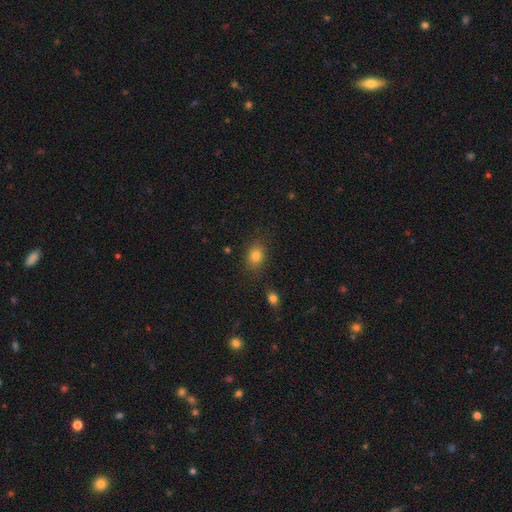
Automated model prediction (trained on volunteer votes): A smooth galaxy with no disk features (82%) that is in between round and cigar-shaped (57%). Merging: none (81%).